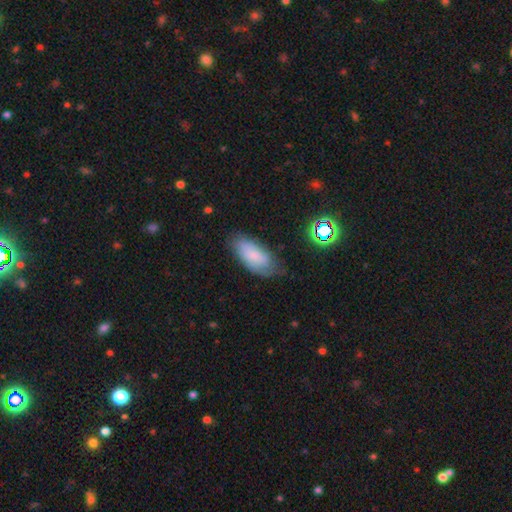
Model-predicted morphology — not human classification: smooth 69%, featured or disk 23%, star or artifact 8%. Down the decision tree: how rounded — in between (90%); merging — none (61%).